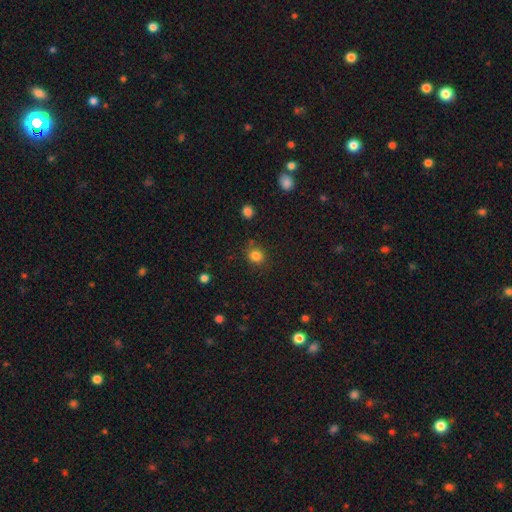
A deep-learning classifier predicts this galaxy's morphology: A smooth galaxy with no disk features (83%) that is round (85%). Merging: none (82%).